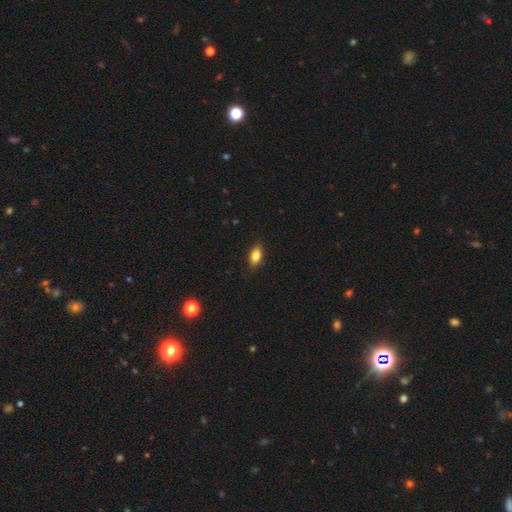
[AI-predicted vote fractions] Smooth or featured?
  - smooth: 83% *
  - featured or disk: 8%
  - star or artifact: 8%
How rounded?
  - in between: 87% *
  - round: 7%
  - cigar-shaped: 6%
Merging?
  - none: 87% *
  - minor disturbance: 10%
  - major disturbance: 2%
  - merger: 1%